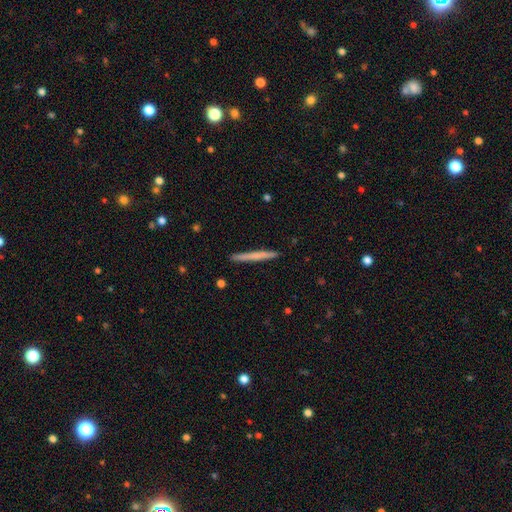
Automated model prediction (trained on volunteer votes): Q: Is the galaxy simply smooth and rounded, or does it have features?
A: smooth — 63%.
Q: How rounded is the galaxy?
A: cigar-shaped — 97%.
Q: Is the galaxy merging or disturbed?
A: none — 91%.